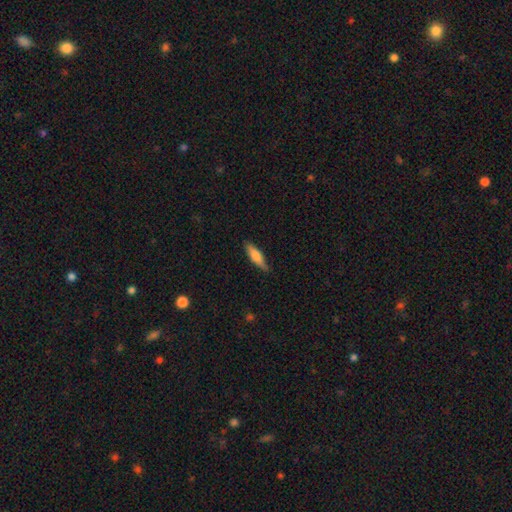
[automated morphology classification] Smooth or featured: smooth — 72% (featured or disk — 22%)
How rounded: cigar-shaped — 63% (in between — 35%)
Merging: none — 84% (minor disturbance — 13%)